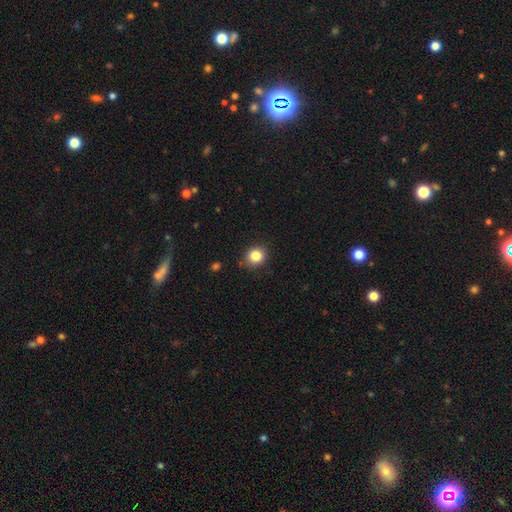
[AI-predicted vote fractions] A smooth galaxy with no disk features (85%) that is round (80%). Merging: none (87%).